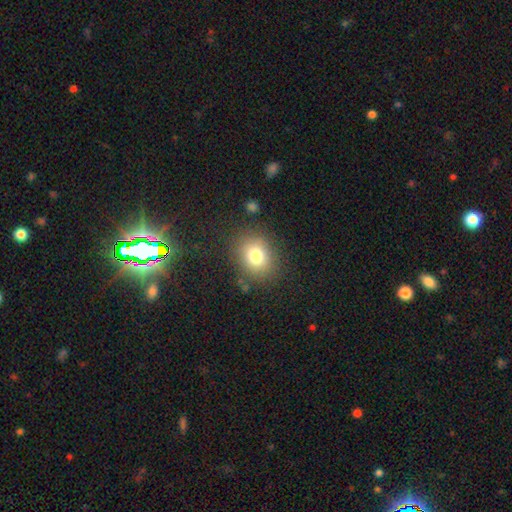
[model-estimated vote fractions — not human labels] smooth 78%, star or artifact 12%, featured or disk 10%. Down the decision tree: how rounded — round (60%); merging — none (82%).